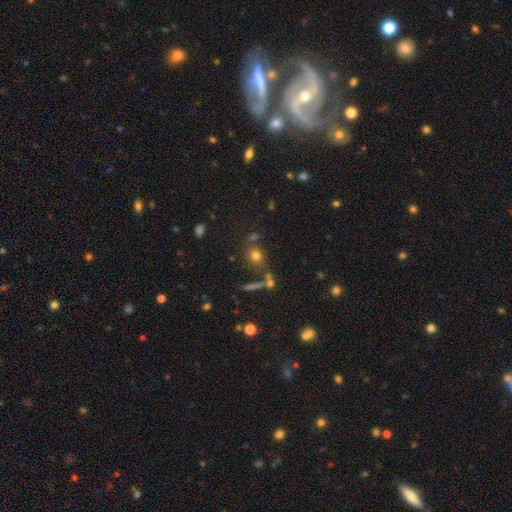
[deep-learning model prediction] Smooth or featured? smooth (71%)
How rounded? round (77%)
Merging? none (64%)